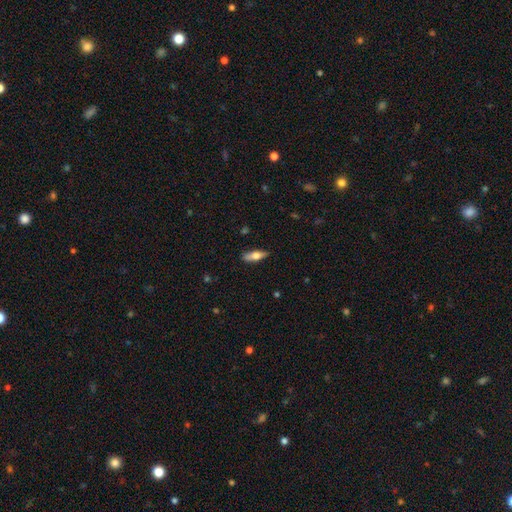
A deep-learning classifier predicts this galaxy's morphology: smooth-or-featured: smooth: 63% | featured or disk: 31% | star or artifact: 6%
  how-rounded: in between: 50% | cigar-shaped: 47% | round: 2%
  merging: none: 86% | minor disturbance: 10% | major disturbance: 2% | merger: 1%